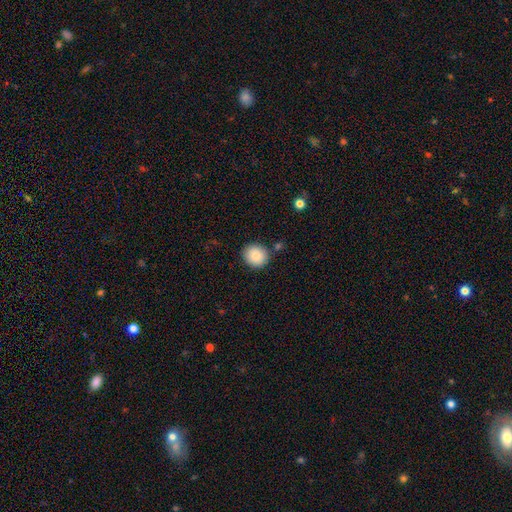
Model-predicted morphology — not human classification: A smooth galaxy with no disk features (86%) that is round (85%).

Vote fractions:
- Smooth or featured? smooth: 86% / star or artifact: 8% / featured or disk: 6%
- How rounded? round: 85% / in between: 14% / cigar-shaped: 1%
- Merging? none: 84% / minor disturbance: 10% / merger: 4% / major disturbance: 2%